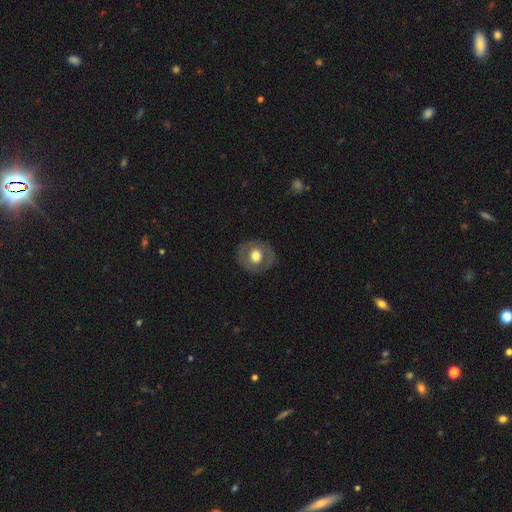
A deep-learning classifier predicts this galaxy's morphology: A smooth galaxy with no disk features (53%) that is round (81%). Merging: none (85%).